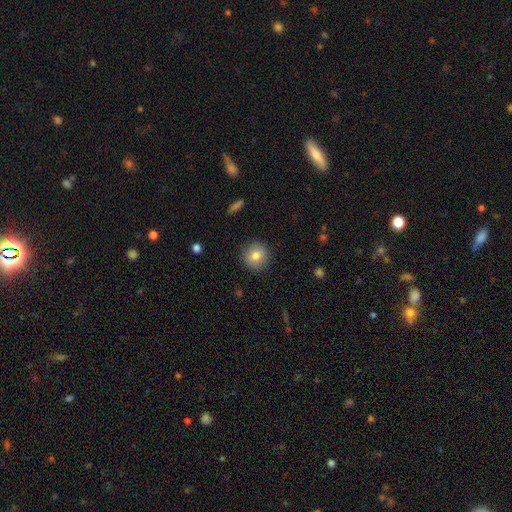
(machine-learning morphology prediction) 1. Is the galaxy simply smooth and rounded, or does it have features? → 79% smooth, 11% featured or disk, 9% star or artifact.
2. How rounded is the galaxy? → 92% round, 7% in between, 1% cigar-shaped.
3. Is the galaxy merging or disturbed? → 89% none, 7% minor disturbance, 2% major disturbance, 1% merger.